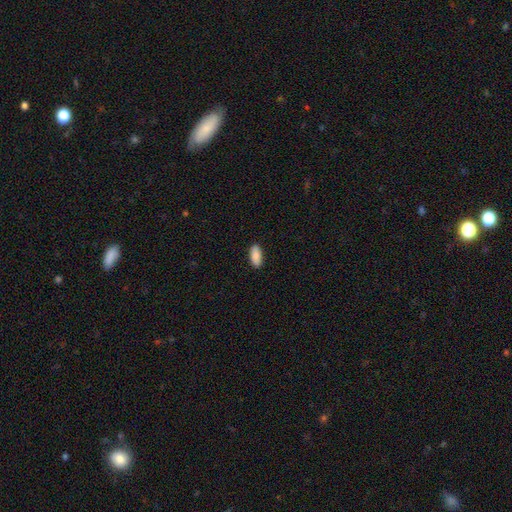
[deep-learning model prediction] Smooth or featured? Predicted: smooth (p=0.86). How rounded? Predicted: in between (p=0.86). Merging? Predicted: none (p=0.90).